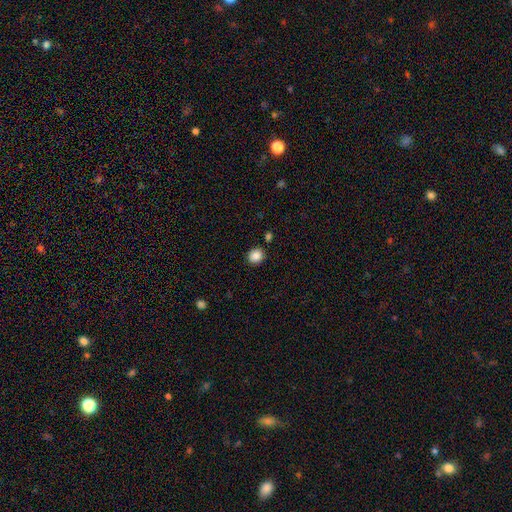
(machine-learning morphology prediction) This is clearly a smooth galaxy (87%). How rounded: clearly round (81%). Merging: clearly none (86%).